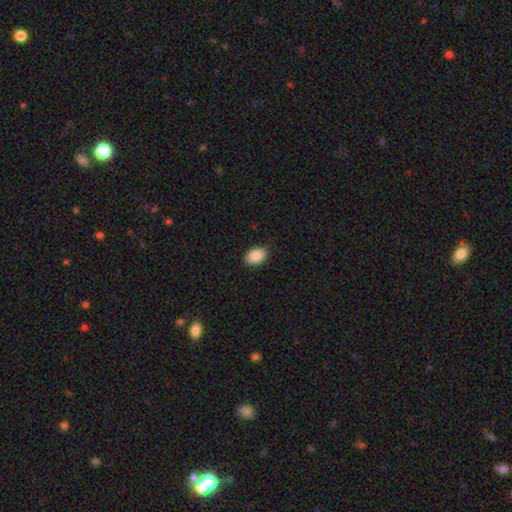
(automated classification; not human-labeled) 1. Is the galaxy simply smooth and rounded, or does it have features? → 88% smooth, 7% star or artifact, 5% featured or disk.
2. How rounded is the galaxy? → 88% in between, 11% round, 1% cigar-shaped.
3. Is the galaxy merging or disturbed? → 89% none, 8% minor disturbance, 2% major disturbance, 1% merger.